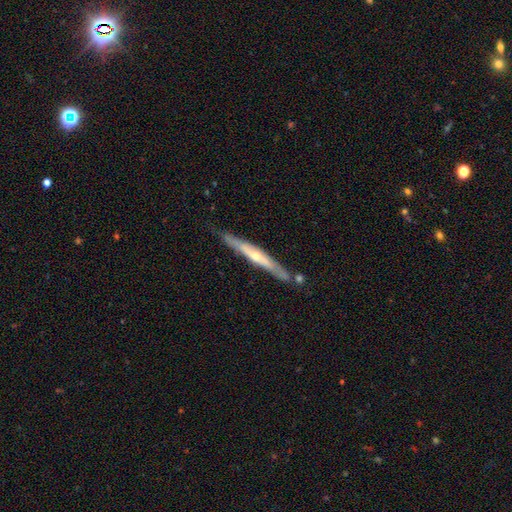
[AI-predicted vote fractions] smooth_or_featured: featured or disk (p=0.67) [alt: smooth p=0.27]
disk_edge_on: yes (p=0.91) [alt: no p=0.09]
edge_on_bulge: rounded (p=0.64) [alt: none p=0.31]
merging: none (p=0.79) [alt: minor disturbance p=0.14]